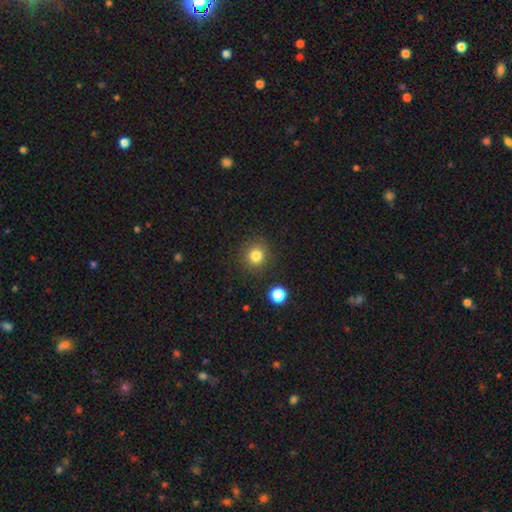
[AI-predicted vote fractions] smooth_or_featured: smooth (p=0.82) [alt: star or artifact p=0.12]
how_rounded: round (p=0.89) [alt: in between p=0.10]
merging: none (p=0.87) [alt: minor disturbance p=0.08]